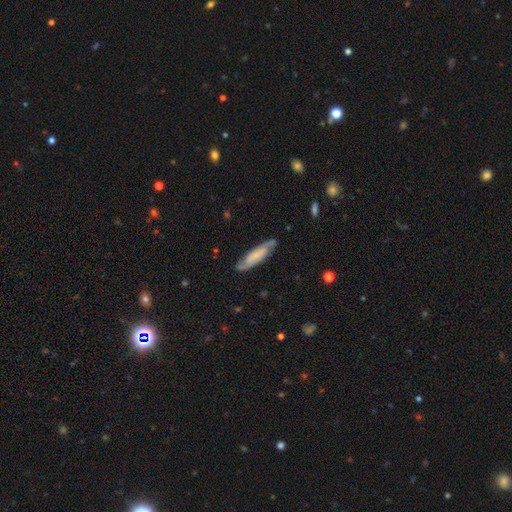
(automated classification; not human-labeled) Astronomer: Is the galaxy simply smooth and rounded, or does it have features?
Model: smooth — 49% (runner-up: featured or disk, 45%).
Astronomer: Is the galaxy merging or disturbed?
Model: none — 80%.